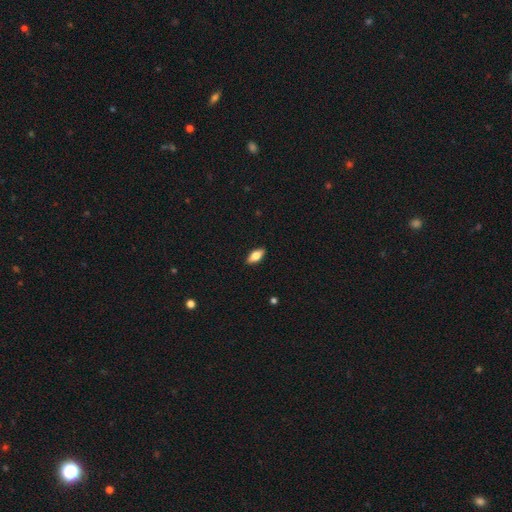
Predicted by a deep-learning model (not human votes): Smooth or featured? smooth (70%)
How rounded? in between (83%)
Merging? none (89%)